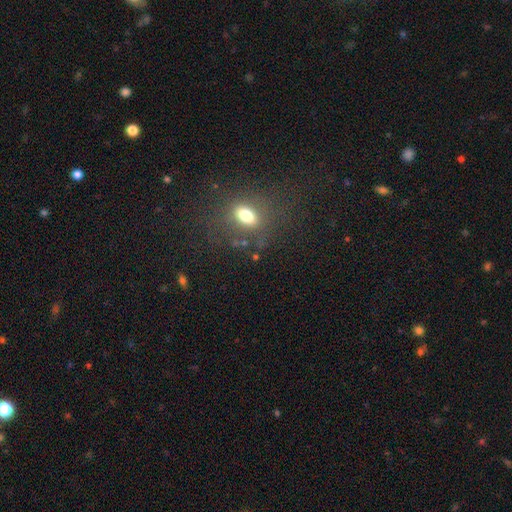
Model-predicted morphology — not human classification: smooth 58%, star or artifact 26%, featured or disk 16%. Down the decision tree: how rounded — in between (63%); merging — none (73%).